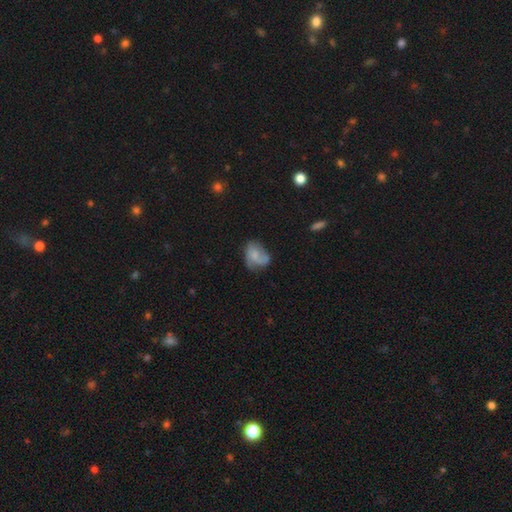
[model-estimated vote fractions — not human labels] Morphology: type=featured or disk (51%); edge-on=no (97%); bar=no (67%); spiral arms=yes (76%); bulge=small (44%); merging=none (41%).